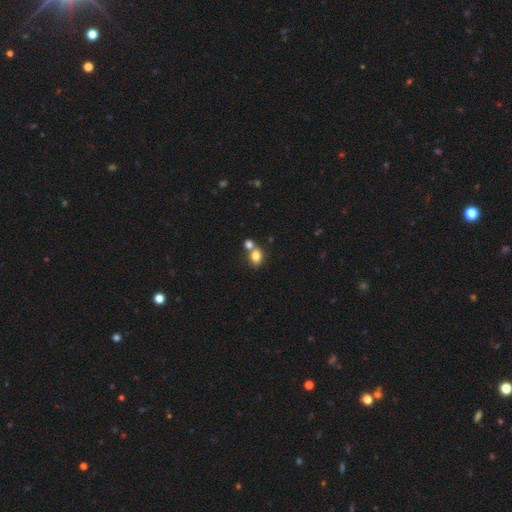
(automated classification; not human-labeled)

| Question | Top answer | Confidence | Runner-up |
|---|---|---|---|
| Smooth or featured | smooth | 81% | star or artifact (10%) |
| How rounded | in between | 62% | round (37%) |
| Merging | none | 45% | merger (42%) |